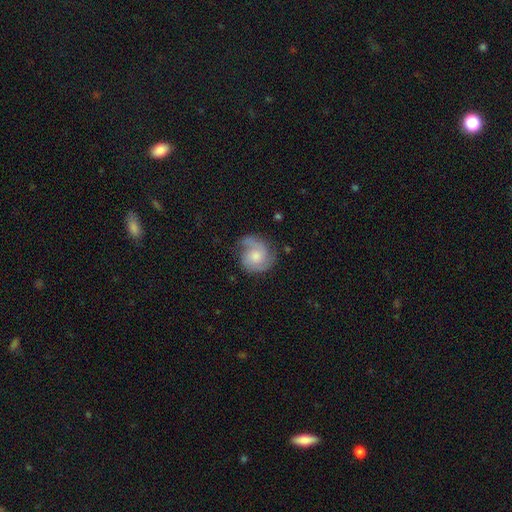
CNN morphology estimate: Q: Smooth or featured?
A: featured or disk (70%); runner-up: smooth (24%)
Q: Edge-on disk?
A: no (98%); runner-up: yes (2%)
Q: Bar?
A: no (70%); runner-up: weak (27%)
Q: Spiral arms?
A: yes (94%); runner-up: no (6%)
Q: Spiral winding?
A: medium (44%); runner-up: tight (38%)
Q: Spiral arm count?
A: 2 (68%); runner-up: 1 (10%)
Q: Bulge size?
A: moderate (43%); runner-up: small (31%)
Q: Merging?
A: none (63%); runner-up: minor disturbance (22%)